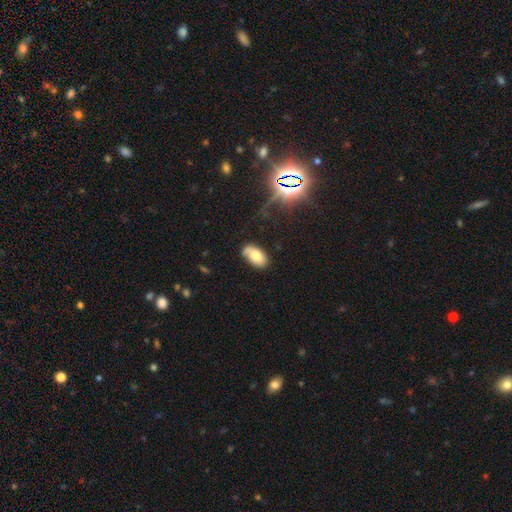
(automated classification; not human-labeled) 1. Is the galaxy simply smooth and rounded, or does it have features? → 74% smooth, 17% featured or disk, 10% star or artifact.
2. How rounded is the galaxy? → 94% in between, 4% round, 2% cigar-shaped.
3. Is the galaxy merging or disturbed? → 60% none, 27% minor disturbance, 7% major disturbance, 6% merger.